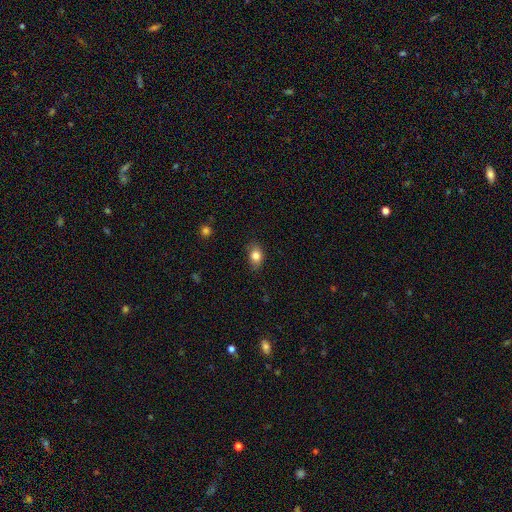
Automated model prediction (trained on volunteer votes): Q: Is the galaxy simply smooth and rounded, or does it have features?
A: smooth — 82%.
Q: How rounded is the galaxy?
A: in between — 79%.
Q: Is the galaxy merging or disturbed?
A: none — 82%.